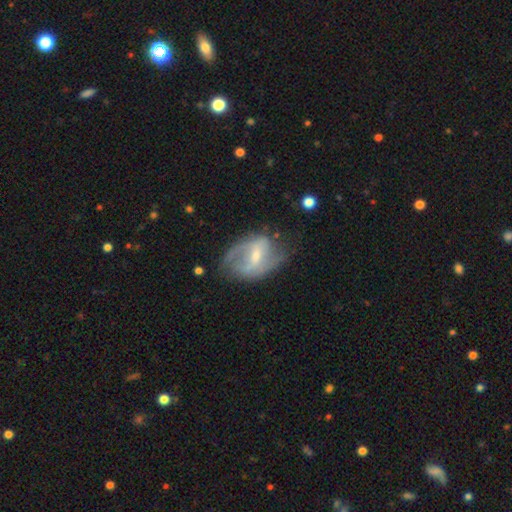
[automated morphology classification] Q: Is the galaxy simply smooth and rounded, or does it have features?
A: featured or disk — 73%.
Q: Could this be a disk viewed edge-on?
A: no — 96%.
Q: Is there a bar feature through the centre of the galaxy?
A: weak — 49%.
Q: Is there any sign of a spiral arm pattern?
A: yes — 79%.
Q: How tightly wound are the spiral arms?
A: medium — 43%.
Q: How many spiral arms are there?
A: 2 — 69%.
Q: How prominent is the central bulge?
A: small — 46%.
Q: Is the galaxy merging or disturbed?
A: none — 54%.